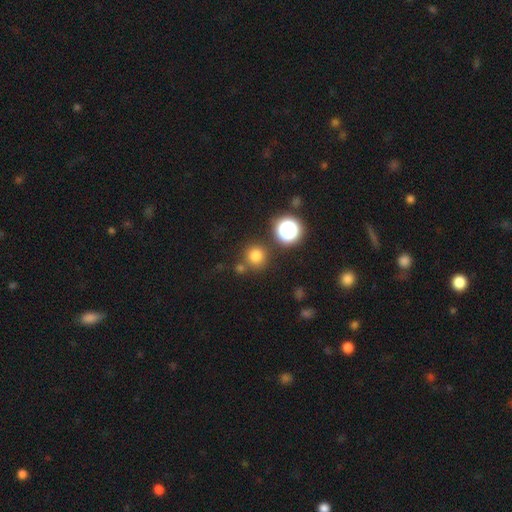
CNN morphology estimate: Q: Smooth or featured?
A: smooth (76%); runner-up: star or artifact (18%)
Q: How rounded?
A: round (94%); runner-up: in between (5%)
Q: Merging?
A: none (80%); runner-up: merger (9%)